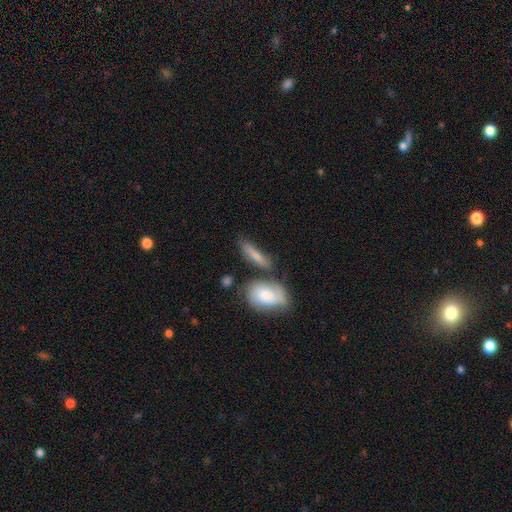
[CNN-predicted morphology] Smooth or featured?
  - smooth: 70% *
  - featured or disk: 22%
  - star or artifact: 7%
How rounded?
  - cigar-shaped: 55% *
  - in between: 39%
  - round: 6%
Merging?
  - none: 57% *
  - minor disturbance: 18%
  - merger: 18%
  - major disturbance: 7%